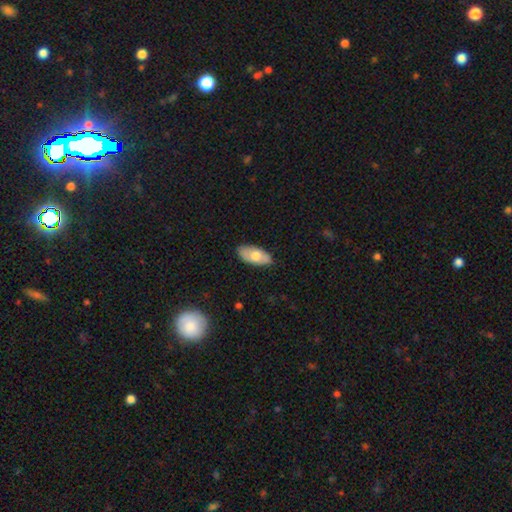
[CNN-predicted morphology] A smooth galaxy with no disk features (66%) that is in between round and cigar-shaped (92%). Merging: none (83%).